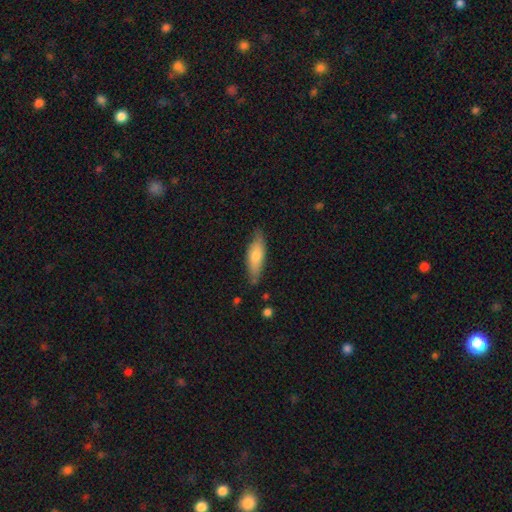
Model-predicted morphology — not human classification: A smooth galaxy with no disk features (69%) that is in between round and cigar-shaped (55%).

Vote fractions:
- Smooth or featured? smooth: 69% / featured or disk: 25% / star or artifact: 6%
- How rounded? in between: 55% / cigar-shaped: 43% / round: 2%
- Merging? none: 78% / minor disturbance: 18% / major disturbance: 3% / merger: 2%